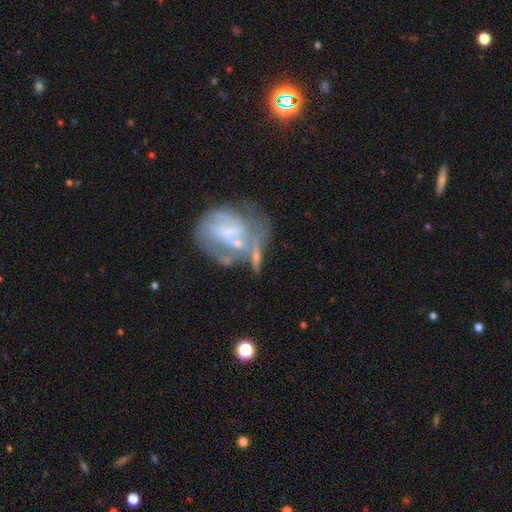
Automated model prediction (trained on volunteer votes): featured or disk 59%, smooth 31%, star or artifact 10%. Down the decision tree: edge-on disk — no (81%); merging — none (40%).